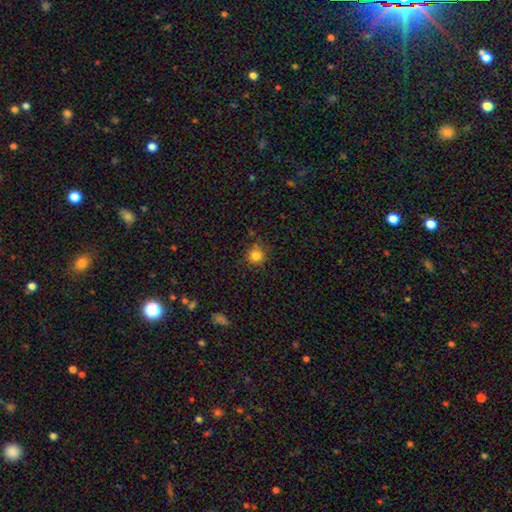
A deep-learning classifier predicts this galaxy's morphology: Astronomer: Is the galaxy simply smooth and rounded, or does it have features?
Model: smooth — 82%.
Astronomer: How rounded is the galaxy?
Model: round — 92%.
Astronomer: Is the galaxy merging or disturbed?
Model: none — 82%.